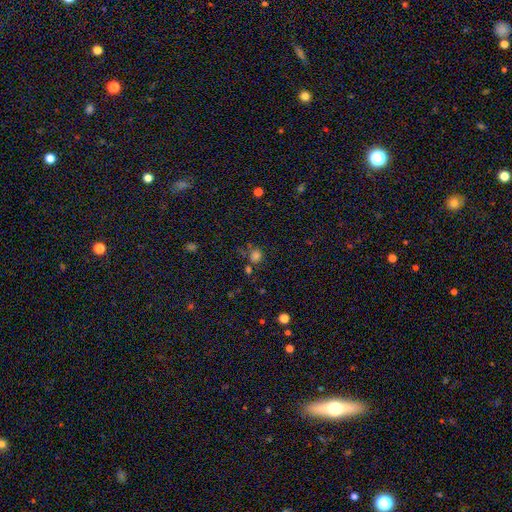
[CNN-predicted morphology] Q: Smooth or featured?
A: smooth (72%); runner-up: star or artifact (22%)
Q: How rounded?
A: round (82%); runner-up: in between (17%)
Q: Merging?
A: none (66%); runner-up: minor disturbance (15%)